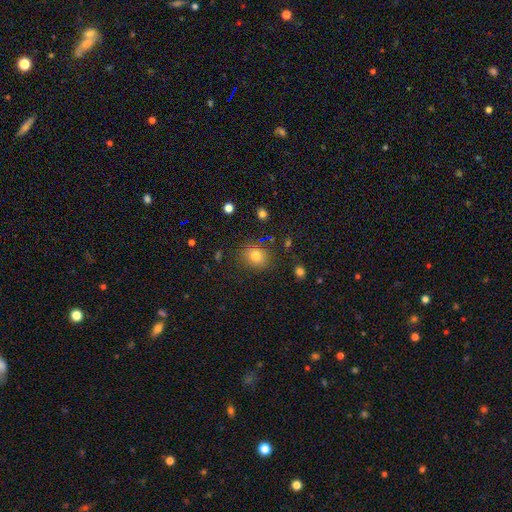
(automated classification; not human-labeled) A smooth galaxy with no disk features (79%) that is round (66%).

Vote fractions:
- Smooth or featured? smooth: 79% / star or artifact: 13% / featured or disk: 8%
- How rounded? round: 66% / in between: 33% / cigar-shaped: 1%
- Merging? none: 84% / minor disturbance: 11% / major disturbance: 3% / merger: 2%